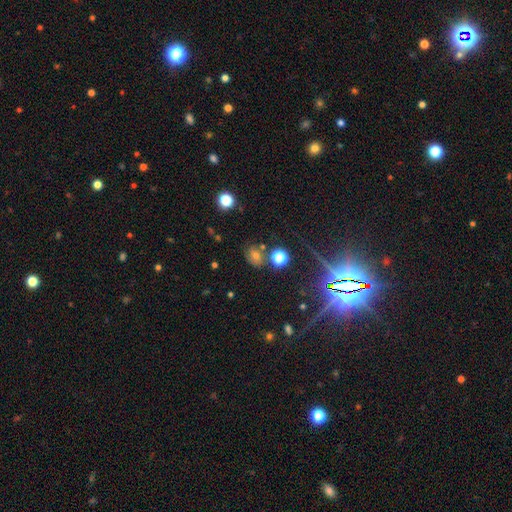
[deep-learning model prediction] smooth_or_featured: smooth (p=0.53) [alt: star or artifact p=0.31]
how_rounded: round (p=0.53) [alt: in between p=0.45]
merging: none (p=0.74) [alt: minor disturbance p=0.13]